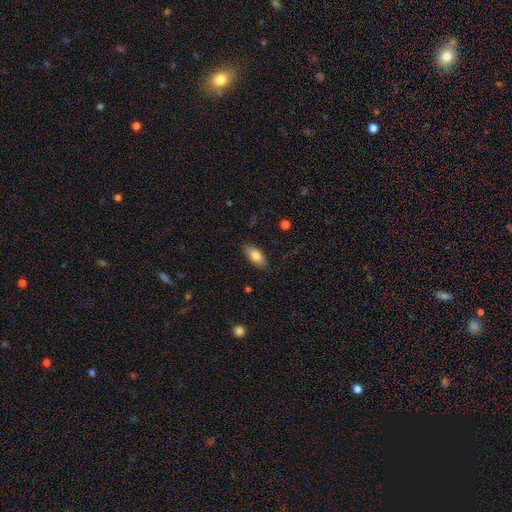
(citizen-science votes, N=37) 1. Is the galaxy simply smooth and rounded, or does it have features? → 89% smooth, 8% featured or disk, 3% star or artifact.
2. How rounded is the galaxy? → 100% in between, 0% round, 0% cigar-shaped.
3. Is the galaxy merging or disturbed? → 69% none, 31% minor disturbance, 0% major disturbance, 0% merger.